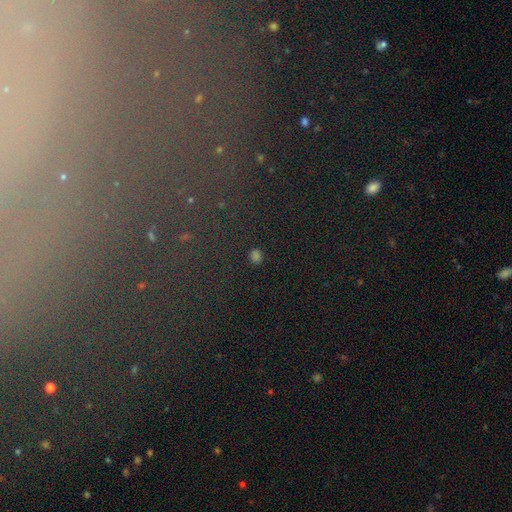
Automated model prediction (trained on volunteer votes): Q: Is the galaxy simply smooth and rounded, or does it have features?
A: smooth — 62%.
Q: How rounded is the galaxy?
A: round — 74%.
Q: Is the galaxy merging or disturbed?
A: none — 87%.